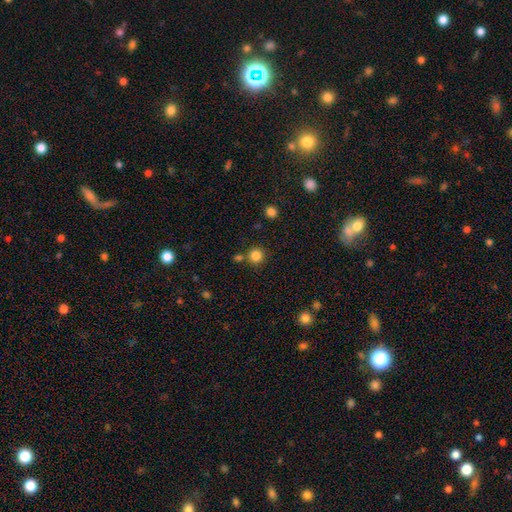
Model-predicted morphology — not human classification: Smooth or featured? smooth (84%)
How rounded? round (94%)
Merging? none (81%)